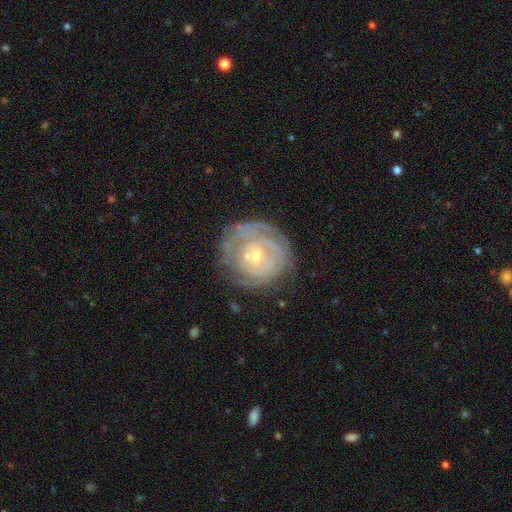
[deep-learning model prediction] smooth-or-featured: featured or disk: 75% | smooth: 18% | star or artifact: 7%
  disk-edge-on: no: 97% | yes: 3%
    bar: no: 73% | weak: 22% | strong: 5%
    has-spiral-arms: yes: 80% | no: 20%
      spiral-winding: tight: 77% | medium: 17% | loose: 6%
      spiral-arm-count: can't tell: 54% | 2: 16% | 3: 12% | 4: 7% | 1: 6% | more than 4: 5%
    bulge-size: small: 64% | moderate: 32% | large: 2% | none: 1% | dominant: 1%
  merging: none: 68% | minor disturbance: 19% | major disturbance: 9% | merger: 3%